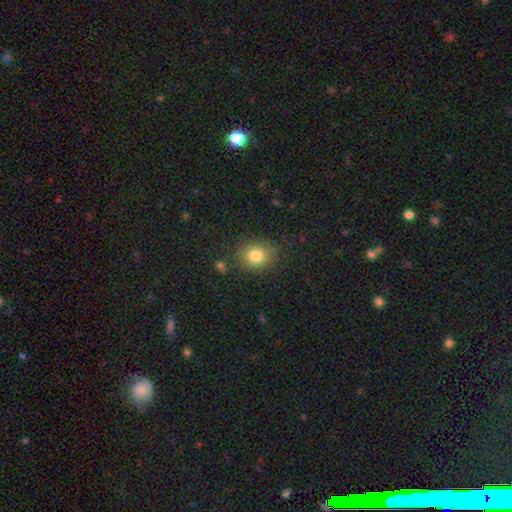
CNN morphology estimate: smooth_or_featured: smooth (p=0.81) [alt: star or artifact p=0.12]
how_rounded: round (p=0.76) [alt: in between p=0.23]
merging: none (p=0.83) [alt: minor disturbance p=0.11]